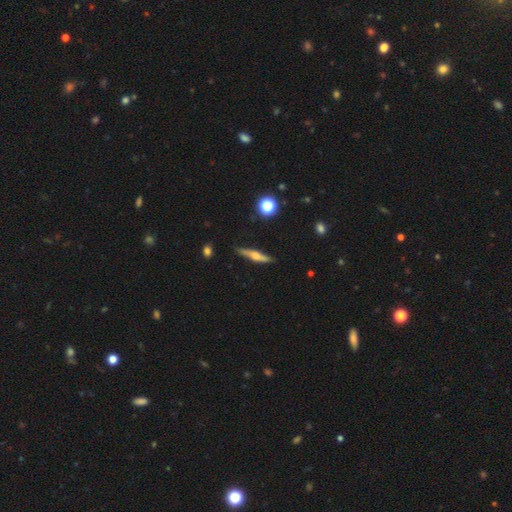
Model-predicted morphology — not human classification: Smooth or featured?
  - featured or disk: 62% *
  - smooth: 31%
  - star or artifact: 7%
Edge-on disk?
  - yes: 95% *
  - no: 5%
Edge-on bulge?
  - rounded: 88% *
  - boxy: 7%
  - none: 5%
Merging?
  - none: 86% *
  - minor disturbance: 10%
  - major disturbance: 2%
  - merger: 2%